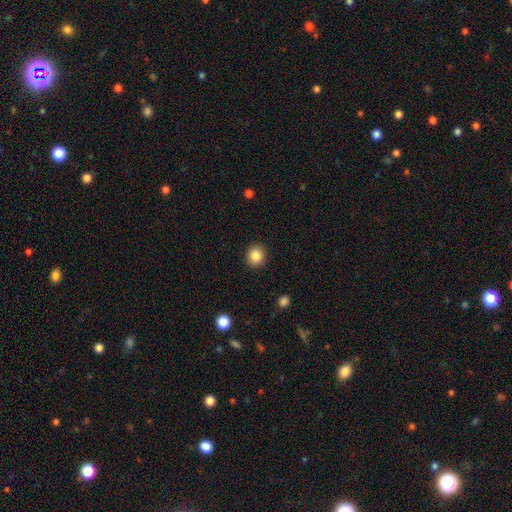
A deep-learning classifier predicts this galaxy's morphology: Q: Smooth or featured?
A: smooth (85%); runner-up: star or artifact (10%)
Q: How rounded?
A: round (82%); runner-up: in between (17%)
Q: Merging?
A: none (90%); runner-up: minor disturbance (7%)